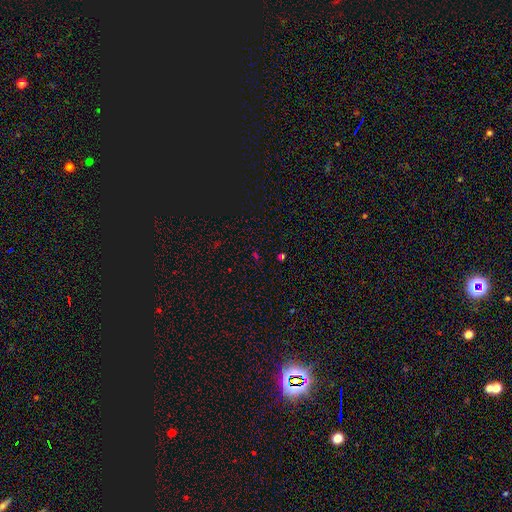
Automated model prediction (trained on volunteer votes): Smooth or featured? star or artifact (58%)